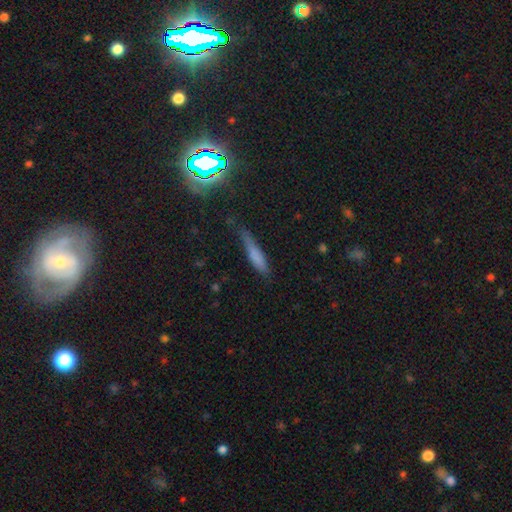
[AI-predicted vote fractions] Morphology: type=smooth (68%); roundness=cigar-shaped (82%); merging=none (58%).